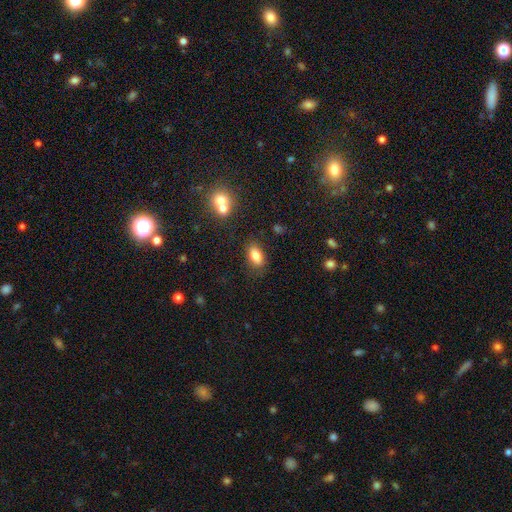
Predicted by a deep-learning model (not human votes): Smooth or featured? Predicted: smooth (p=0.82). How rounded? Predicted: in between (p=0.89). Merging? Predicted: none (p=0.81).